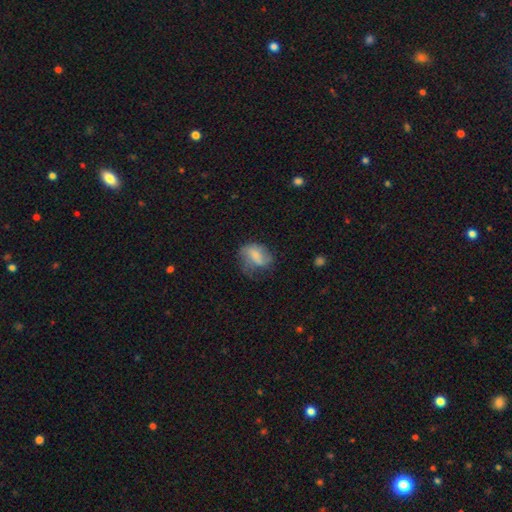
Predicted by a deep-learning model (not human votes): A smooth galaxy with no disk features (56%) that is in between round and cigar-shaped (71%). Merging: none (40%).